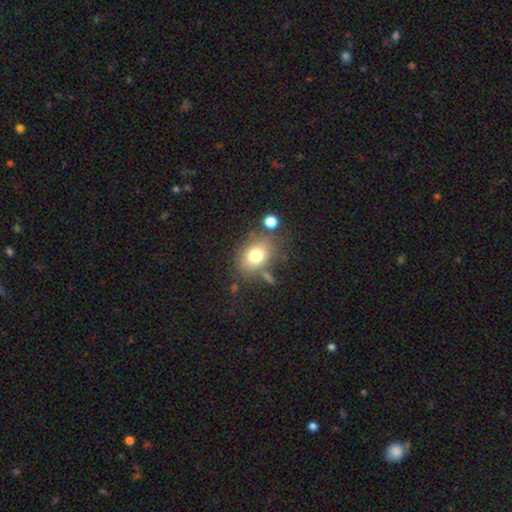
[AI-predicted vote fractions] smooth_or_featured: smooth (p=0.75) [alt: featured or disk p=0.14]
how_rounded: in between (p=0.66) [alt: round p=0.33]
merging: none (p=0.67) [alt: minor disturbance p=0.16]